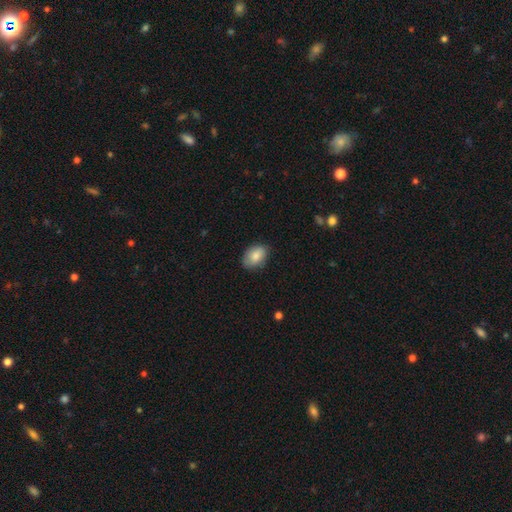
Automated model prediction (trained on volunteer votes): Smooth or featured: smooth — 84% (featured or disk — 9%)
How rounded: in between — 85% (round — 14%)
Merging: none — 80% (minor disturbance — 16%)